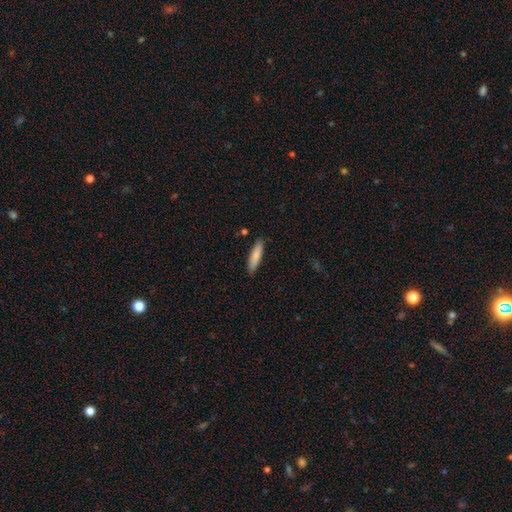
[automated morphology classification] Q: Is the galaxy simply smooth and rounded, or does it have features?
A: smooth — 83%.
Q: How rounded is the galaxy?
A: cigar-shaped — 75%.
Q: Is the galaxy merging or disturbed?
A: none — 87%.